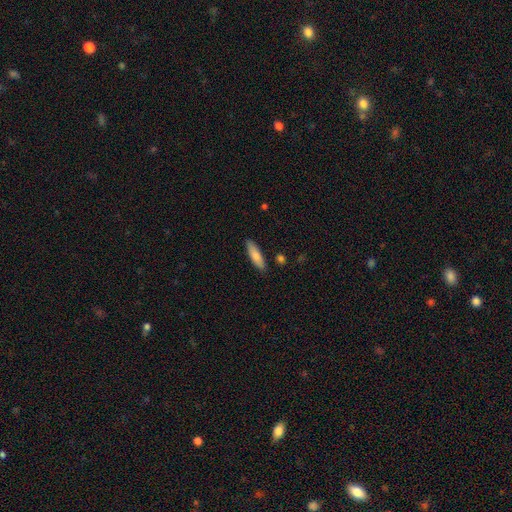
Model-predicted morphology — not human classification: smooth_or_featured: smooth (p=0.78) [alt: featured or disk p=0.16]
how_rounded: cigar-shaped (p=0.63) [alt: in between p=0.35]
merging: none (p=0.87) [alt: minor disturbance p=0.09]